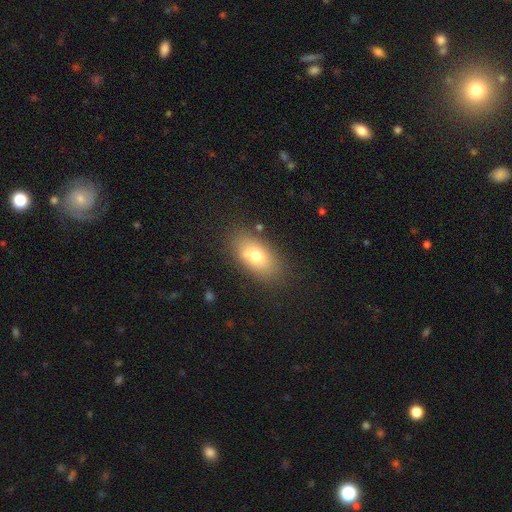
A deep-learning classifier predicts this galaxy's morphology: This is likely a smooth galaxy (69%). How rounded: clearly in between (85%). Merging: likely none (70%).